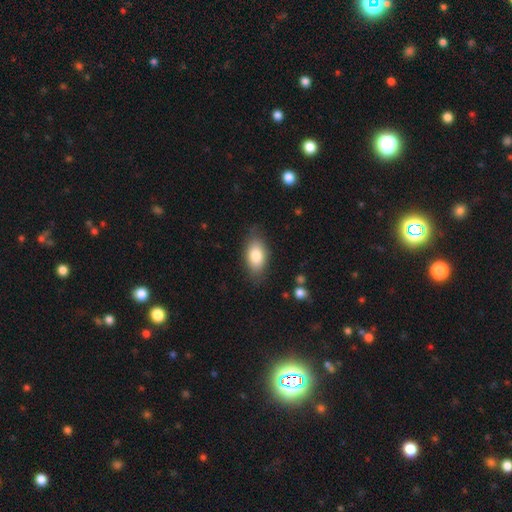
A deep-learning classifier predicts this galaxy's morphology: smooth-or-featured: smooth: 80% | featured or disk: 13% | star or artifact: 7%
  how-rounded: in between: 91% | round: 5% | cigar-shaped: 4%
  merging: none: 79% | minor disturbance: 16% | major disturbance: 4% | merger: 1%